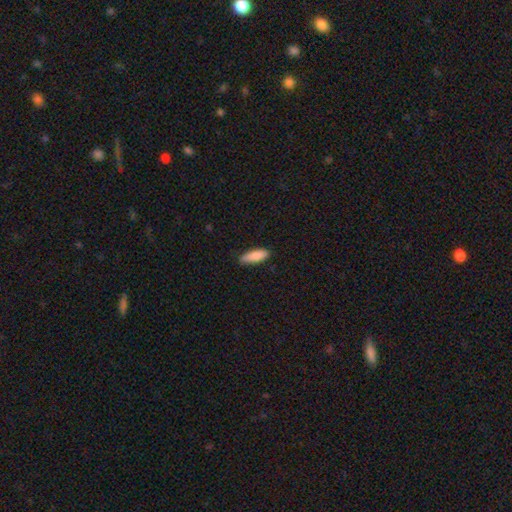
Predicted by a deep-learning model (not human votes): The model was most divided on "how rounded": in between: 51%, cigar-shaped: 47%, round: 2%. More confident: smooth or featured — smooth (85%); merging — none (80%).